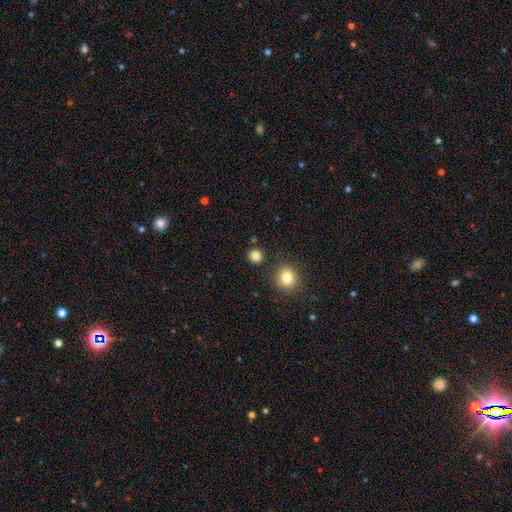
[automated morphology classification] smooth_or_featured: smooth (p=0.82) [alt: star or artifact p=0.13]
how_rounded: round (p=0.89) [alt: in between p=0.10]
merging: none (p=0.87) [alt: minor disturbance p=0.06]